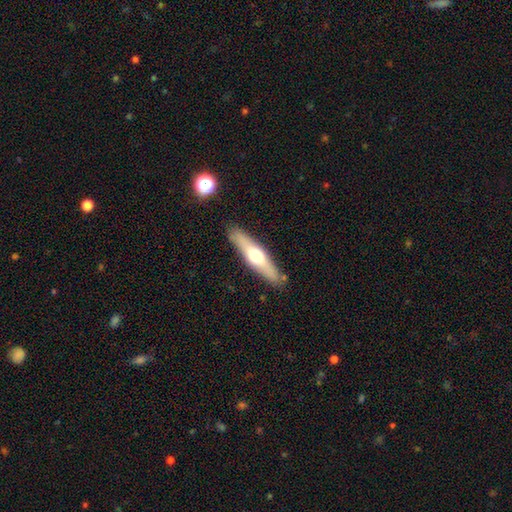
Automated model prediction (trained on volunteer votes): Smooth or featured?
  - featured or disk: 49% *
  - smooth: 46%
  - star or artifact: 5%
Merging?
  - none: 86% *
  - minor disturbance: 10%
  - merger: 2%
  - major disturbance: 2%